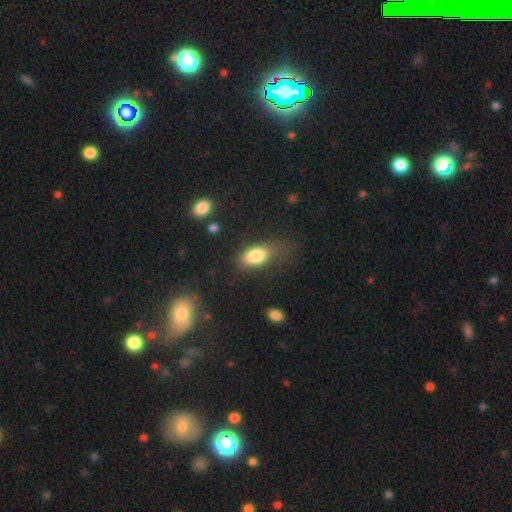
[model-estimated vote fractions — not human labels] Q: Smooth or featured?
A: smooth (83%); runner-up: featured or disk (9%)
Q: How rounded?
A: in between (88%); runner-up: round (7%)
Q: Merging?
A: none (60%); runner-up: minor disturbance (23%)